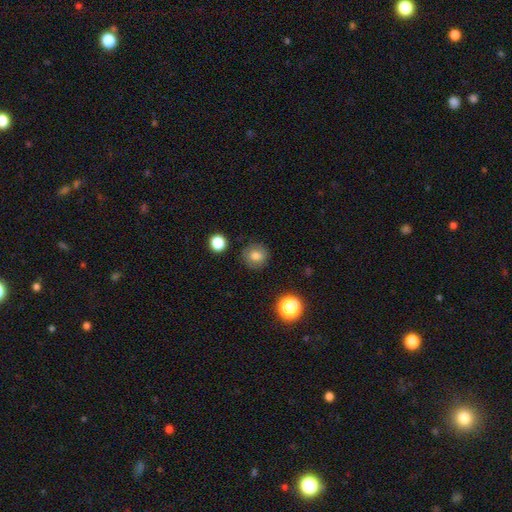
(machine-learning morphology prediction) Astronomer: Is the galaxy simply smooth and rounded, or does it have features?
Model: smooth — 78%.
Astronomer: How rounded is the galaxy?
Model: round — 88%.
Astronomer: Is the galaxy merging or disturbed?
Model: none — 85%.